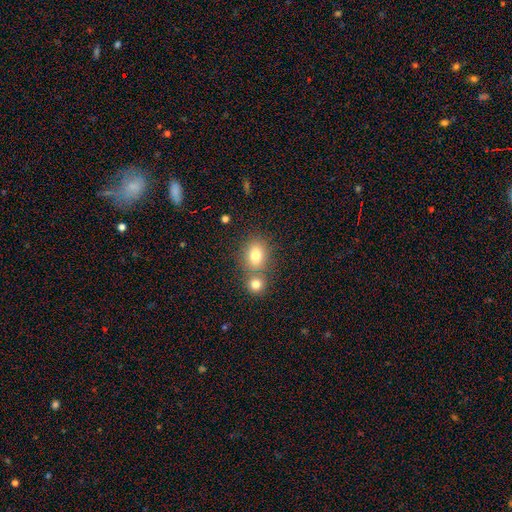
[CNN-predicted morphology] A smooth galaxy with no disk features (78%) that is in between round and cigar-shaped (55%). Merging: none (55%).